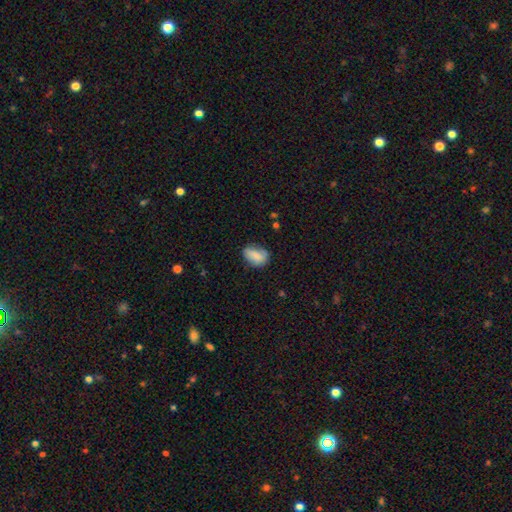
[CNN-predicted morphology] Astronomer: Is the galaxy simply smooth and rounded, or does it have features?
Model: smooth — 83%.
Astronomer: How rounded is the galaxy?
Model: in between — 83%.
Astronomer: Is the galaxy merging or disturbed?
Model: none — 59%.